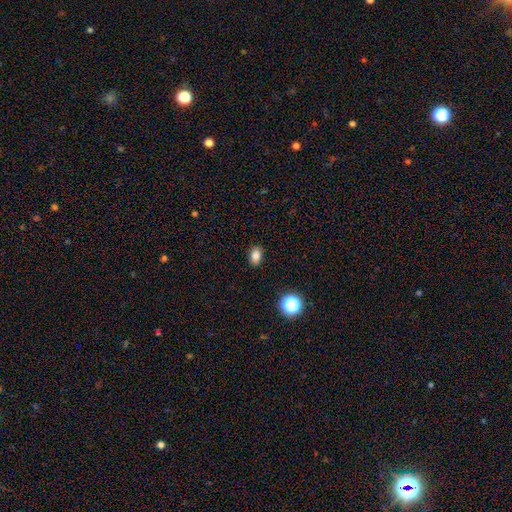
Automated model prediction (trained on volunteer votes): Smooth or featured: smooth — 81% (star or artifact — 12%)
How rounded: in between — 77% (round — 21%)
Merging: none — 87% (minor disturbance — 9%)